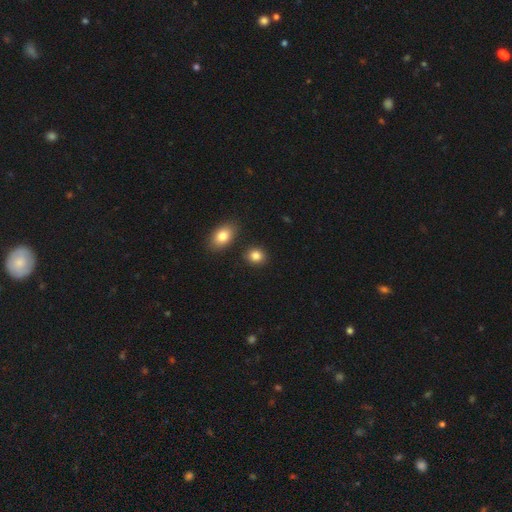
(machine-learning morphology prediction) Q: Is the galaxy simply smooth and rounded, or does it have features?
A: smooth — 85%.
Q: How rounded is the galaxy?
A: round — 70%.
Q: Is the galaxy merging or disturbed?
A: none — 86%.